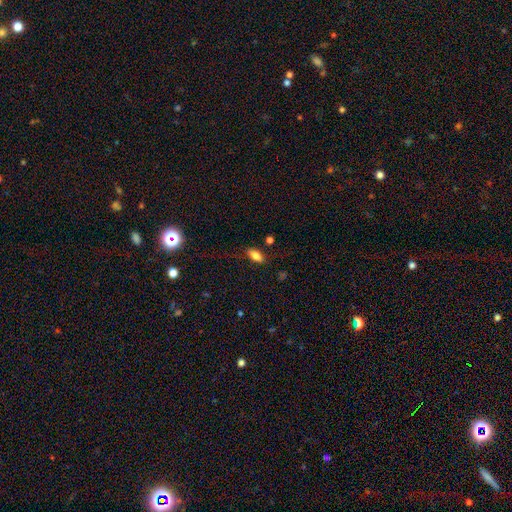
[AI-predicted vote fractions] Morphology: type=smooth (82%); roundness=in between (89%); merging=none (81%).